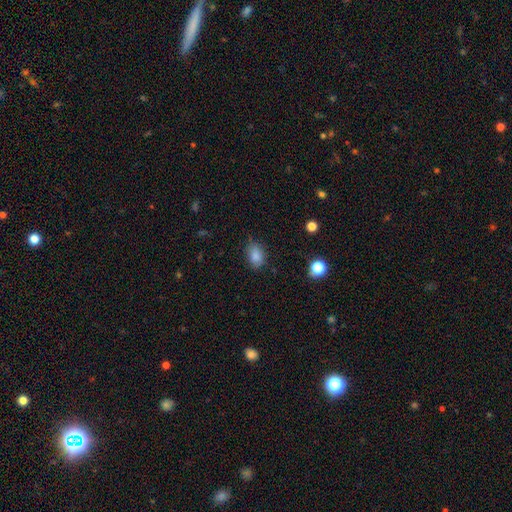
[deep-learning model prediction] A smooth galaxy with no disk features (85%) that is in between round and cigar-shaped (82%).

Vote fractions:
- Smooth or featured? smooth: 85% / star or artifact: 10% / featured or disk: 5%
- How rounded? in between: 82% / round: 16% / cigar-shaped: 2%
- Merging? none: 75% / minor disturbance: 20% / major disturbance: 4% / merger: 1%